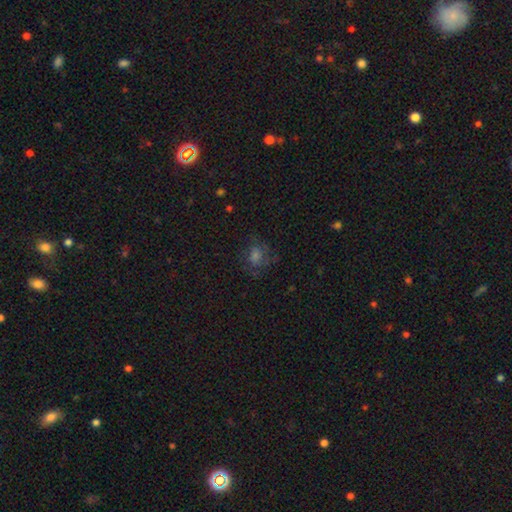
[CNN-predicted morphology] smooth_or_featured: smooth (p=0.43) [alt: featured or disk p=0.30]
merging: none (p=0.67) [alt: minor disturbance p=0.18]